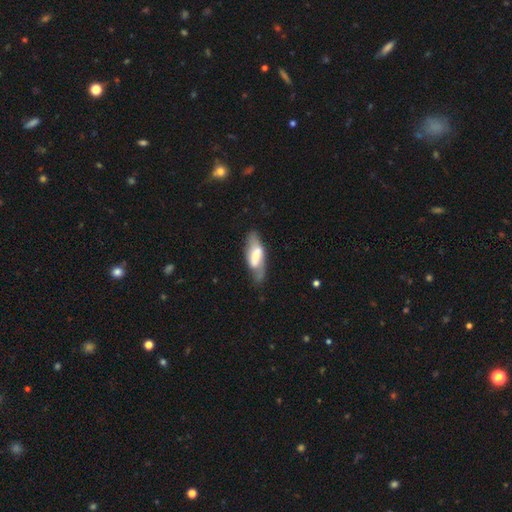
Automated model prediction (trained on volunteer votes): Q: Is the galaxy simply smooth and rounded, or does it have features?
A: featured or disk — 57%.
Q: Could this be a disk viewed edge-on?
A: no — 79%.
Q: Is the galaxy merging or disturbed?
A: none — 57%.